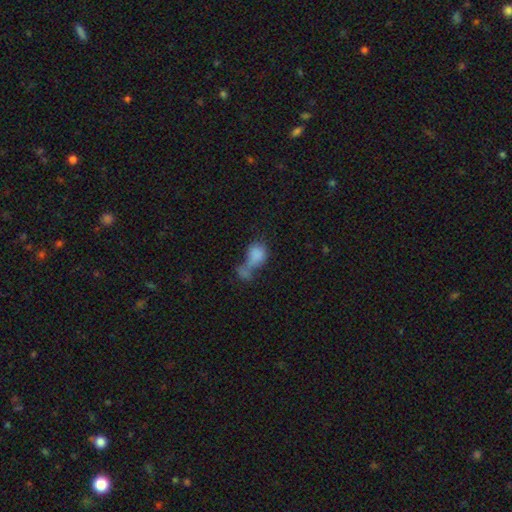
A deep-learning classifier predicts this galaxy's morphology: Smooth or featured: smooth — 76% (featured or disk — 14%)
How rounded: in between — 63% (round — 34%)
Merging: merger — 50% (major disturbance — 23%)